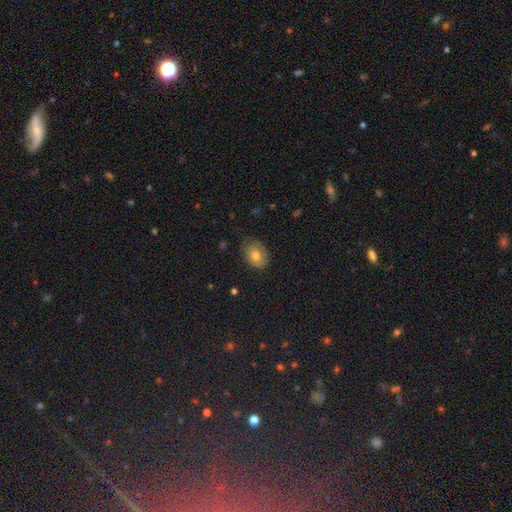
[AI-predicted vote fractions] Smooth or featured? smooth (73%)
How rounded? in between (66%)
Merging? none (72%)